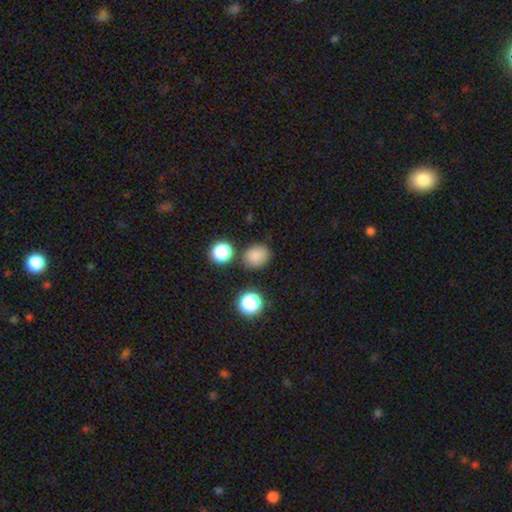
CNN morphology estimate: Q: Smooth or featured?
A: smooth (82%); runner-up: star or artifact (14%)
Q: How rounded?
A: round (67%); runner-up: in between (32%)
Q: Merging?
A: none (79%); runner-up: minor disturbance (11%)